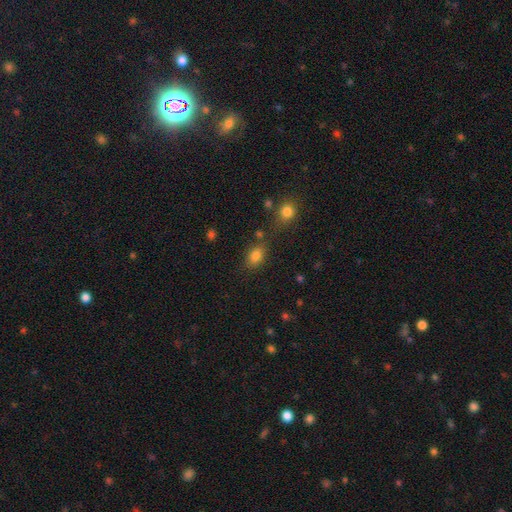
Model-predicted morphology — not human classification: Smooth or featured: smooth — 81% (star or artifact — 12%)
How rounded: in between — 78% (round — 20%)
Merging: none — 68% (minor disturbance — 15%)